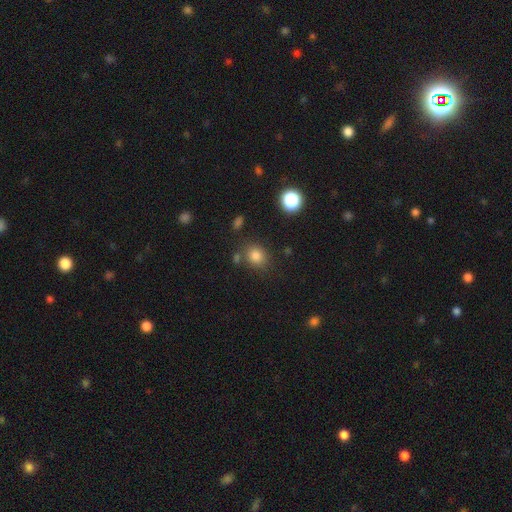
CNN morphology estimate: Smooth or featured?
  - smooth: 81% *
  - star or artifact: 13%
  - featured or disk: 6%
How rounded?
  - round: 69% *
  - in between: 30%
  - cigar-shaped: 1%
Merging?
  - none: 76% *
  - minor disturbance: 12%
  - merger: 8%
  - major disturbance: 4%